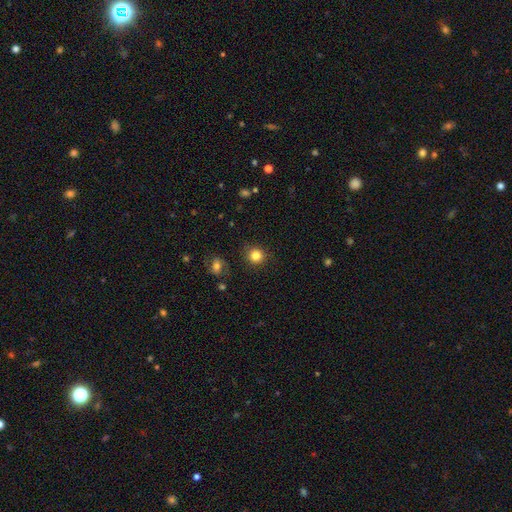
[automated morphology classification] Smooth or featured: smooth — 82% (star or artifact — 12%)
How rounded: round — 90% (in between — 9%)
Merging: none — 88% (minor disturbance — 8%)